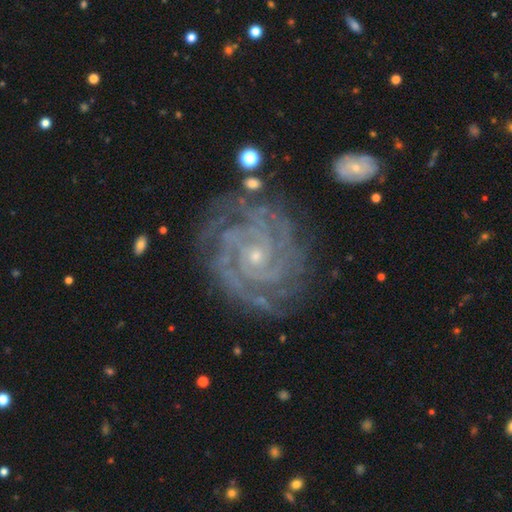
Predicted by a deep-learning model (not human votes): Smooth or featured? Predicted: featured or disk (p=0.92). Edge-on disk? Predicted: no (p=0.98). Bar? Predicted: no (p=0.72). Spiral arms? Predicted: yes (p=0.98). Spiral winding? Predicted: tight (p=0.82). Spiral arm count? Predicted: 2 (p=0.28). Bulge size? Predicted: small (p=0.83). Merging? Predicted: none (p=0.74).